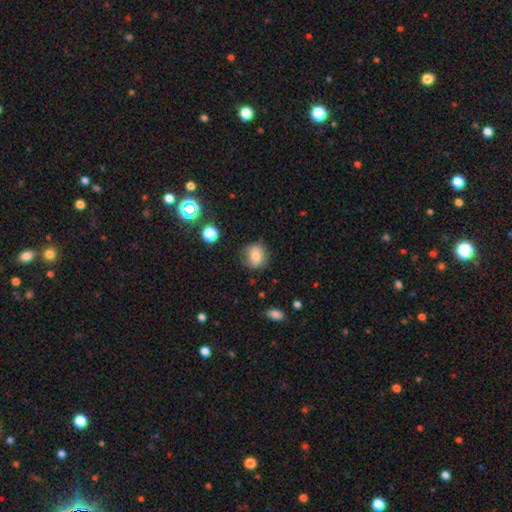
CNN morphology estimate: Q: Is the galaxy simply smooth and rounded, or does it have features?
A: smooth — 73%.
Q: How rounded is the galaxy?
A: round — 79%.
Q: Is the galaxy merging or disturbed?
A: none — 73%.